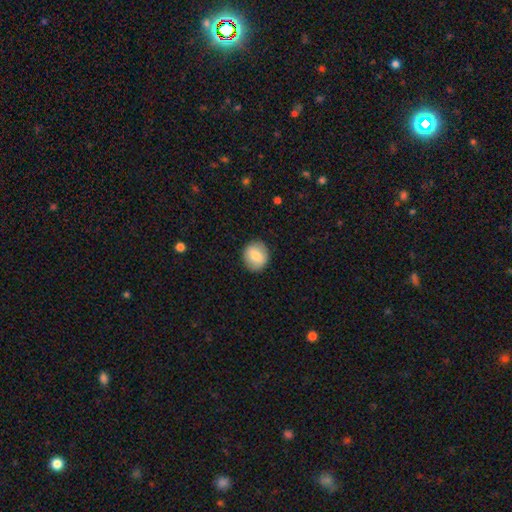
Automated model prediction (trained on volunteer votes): Q: Smooth or featured?
A: smooth (79%); runner-up: featured or disk (14%)
Q: How rounded?
A: round (82%); runner-up: in between (17%)
Q: Merging?
A: none (88%); runner-up: minor disturbance (9%)